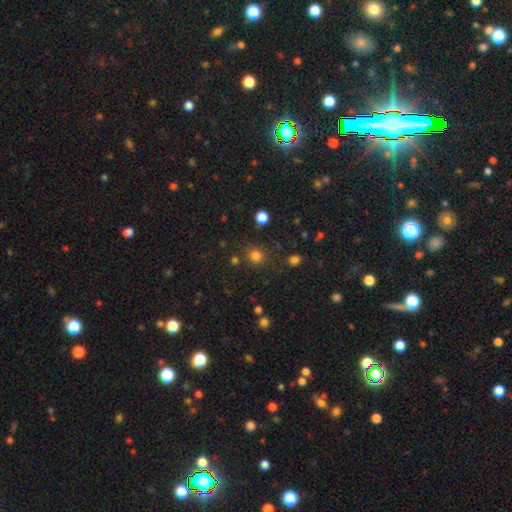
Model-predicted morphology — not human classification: This appears to be a smooth galaxy with no disk features (79%) that is round (88%). Merging: none (81%).